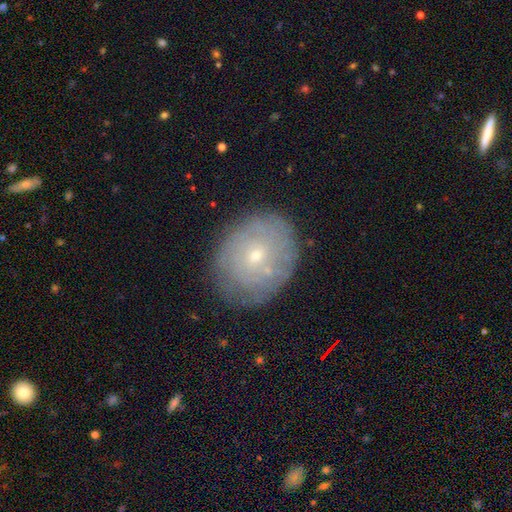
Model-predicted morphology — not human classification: Q: Smooth or featured?
A: featured or disk (55%); runner-up: smooth (36%)
Q: Edge-on disk?
A: no (96%); runner-up: yes (4%)
Q: Bar?
A: no (81%); runner-up: weak (16%)
Q: Spiral arms?
A: yes (59%); runner-up: no (41%)
Q: Bulge size?
A: small (78%); runner-up: moderate (19%)
Q: Merging?
A: none (77%); runner-up: minor disturbance (16%)